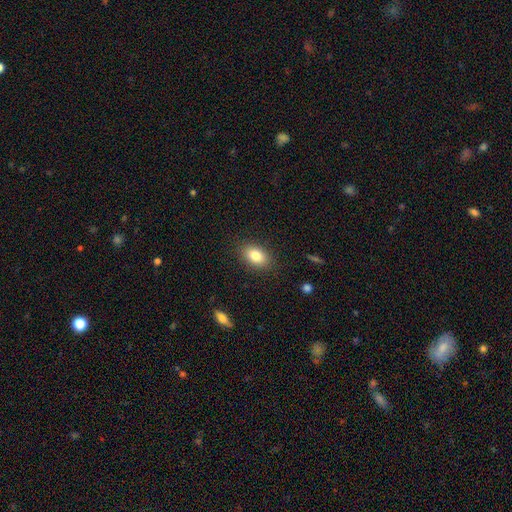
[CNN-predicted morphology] A smooth galaxy with no disk features (83%) that is in between round and cigar-shaped (86%).

Vote fractions:
- Smooth or featured? smooth: 83% / featured or disk: 9% / star or artifact: 8%
- How rounded? in between: 86% / round: 12% / cigar-shaped: 2%
- Merging? none: 87% / minor disturbance: 9% / major disturbance: 3% / merger: 1%